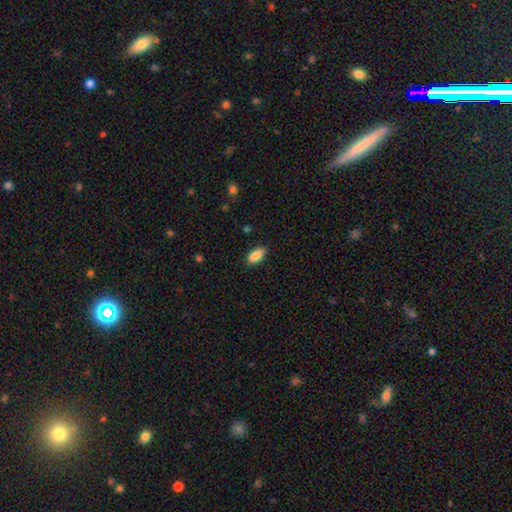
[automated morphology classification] A smooth galaxy with no disk features (86%) that is in between round and cigar-shaped (85%).

Vote fractions:
- Smooth or featured? smooth: 86% / featured or disk: 8% / star or artifact: 7%
- How rounded? in between: 85% / cigar-shaped: 12% / round: 2%
- Merging? none: 84% / minor disturbance: 13% / major disturbance: 2% / merger: 1%